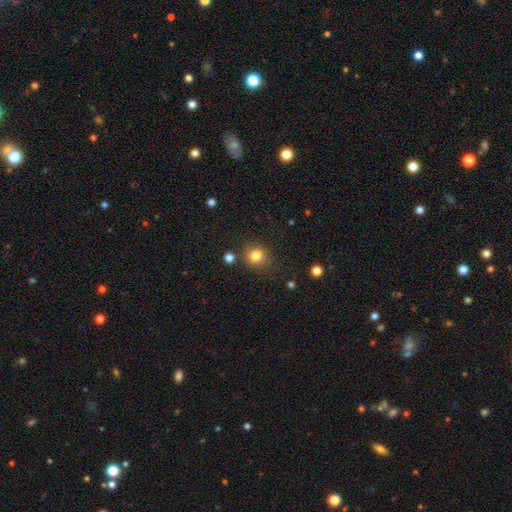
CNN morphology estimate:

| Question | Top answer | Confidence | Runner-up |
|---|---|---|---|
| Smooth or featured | smooth | 82% | star or artifact (12%) |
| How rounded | round | 87% | in between (12%) |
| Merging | none | 83% | minor disturbance (10%) |